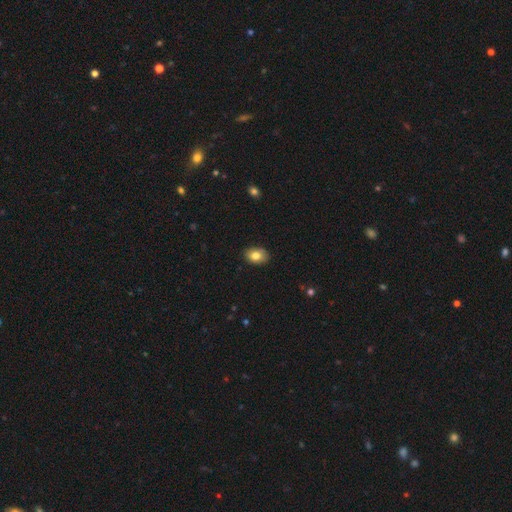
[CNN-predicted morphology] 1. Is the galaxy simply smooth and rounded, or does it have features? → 81% smooth, 10% featured or disk, 9% star or artifact.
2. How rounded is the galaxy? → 76% in between, 22% round, 1% cigar-shaped.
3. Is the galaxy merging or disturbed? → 86% none, 11% minor disturbance, 2% major disturbance, 1% merger.